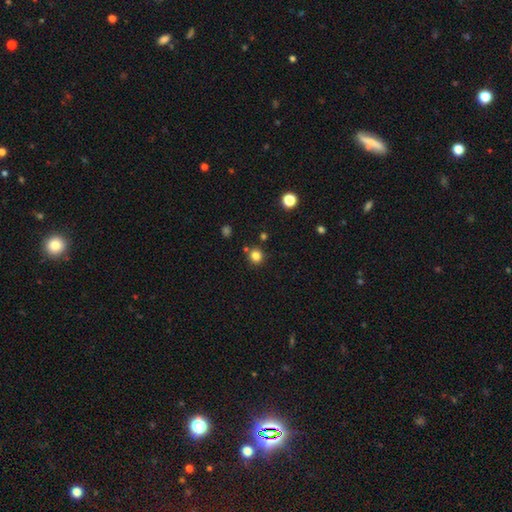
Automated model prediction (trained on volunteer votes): Q: Smooth or featured?
A: smooth (82%); runner-up: star or artifact (13%)
Q: How rounded?
A: round (91%); runner-up: in between (8%)
Q: Merging?
A: none (84%); runner-up: minor disturbance (8%)